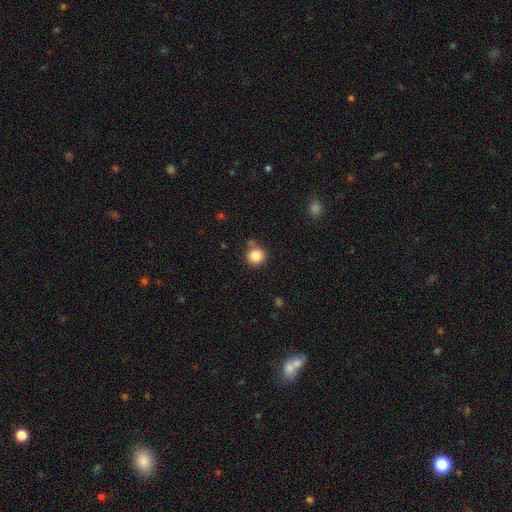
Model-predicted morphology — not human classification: smooth_or_featured: smooth (p=0.84) [alt: star or artifact p=0.10]
how_rounded: round (p=0.93) [alt: in between p=0.06]
merging: none (p=0.77) [alt: minor disturbance p=0.12]